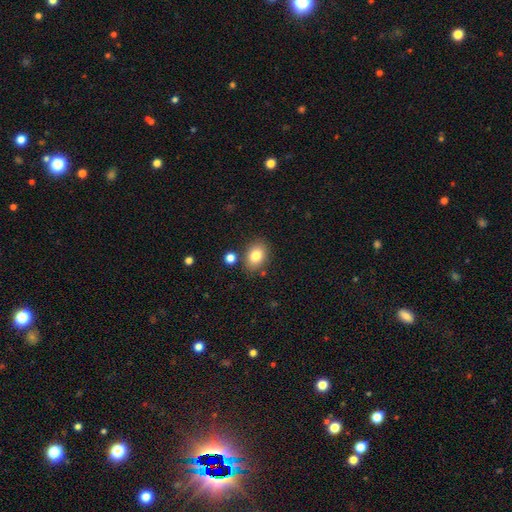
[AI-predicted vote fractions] This appears to be a smooth galaxy with no disk features (81%) that is in between round and cigar-shaped (67%). Merging: none (80%).